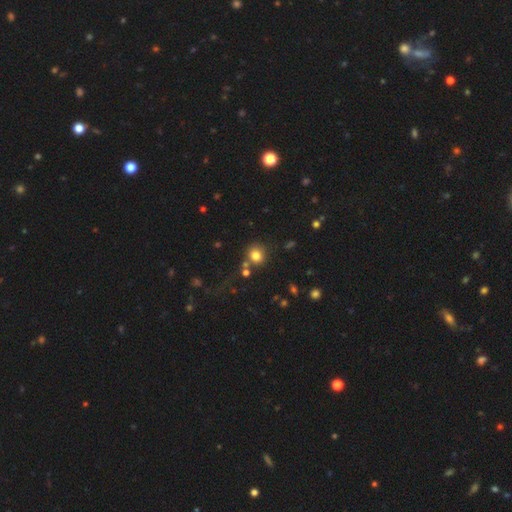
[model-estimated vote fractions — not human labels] A smooth galaxy with no disk features (80%) that is round (86%). Merging: none (73%).